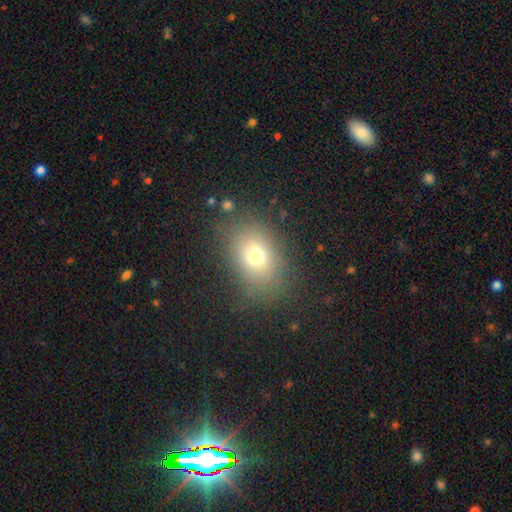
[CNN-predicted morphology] smooth 71%, star or artifact 15%, featured or disk 14%. Down the decision tree: how rounded — in between (69%); merging — none (79%).